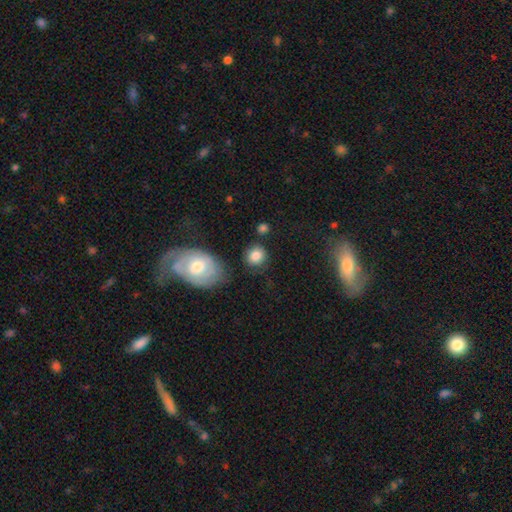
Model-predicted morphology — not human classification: Smooth or featured?
  - smooth: 85% *
  - star or artifact: 8%
  - featured or disk: 7%
How rounded?
  - round: 82% *
  - in between: 17%
  - cigar-shaped: 1%
Merging?
  - none: 76% *
  - minor disturbance: 13%
  - merger: 6%
  - major disturbance: 5%